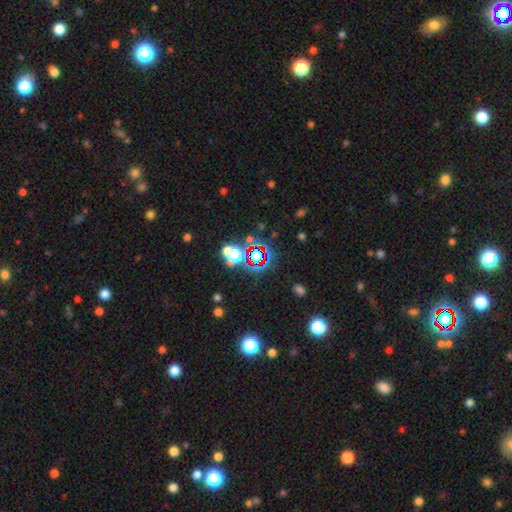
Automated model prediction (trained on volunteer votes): Q: Smooth or featured?
A: star or artifact (68%); runner-up: smooth (21%)